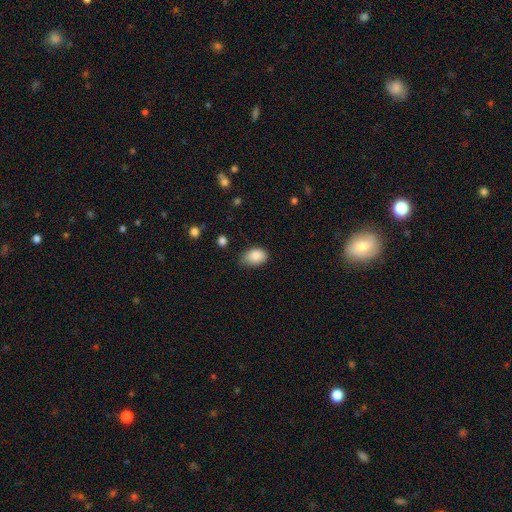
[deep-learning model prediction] Smooth or featured? Predicted: smooth (p=0.87). How rounded? Predicted: in between (p=0.86). Merging? Predicted: none (p=0.64).